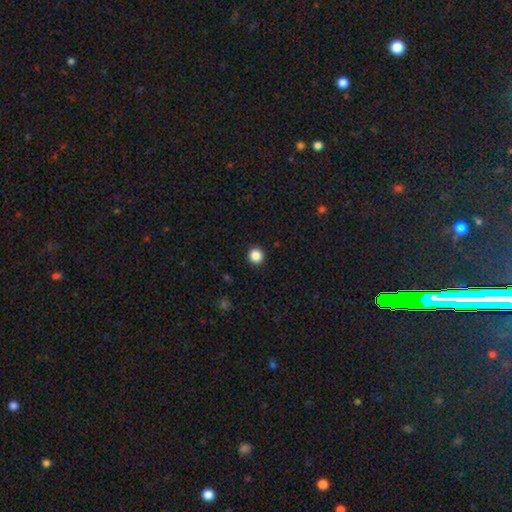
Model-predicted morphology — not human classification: Q: Smooth or featured?
A: smooth (86%); runner-up: star or artifact (11%)
Q: How rounded?
A: round (94%); runner-up: in between (5%)
Q: Merging?
A: none (93%); runner-up: minor disturbance (4%)